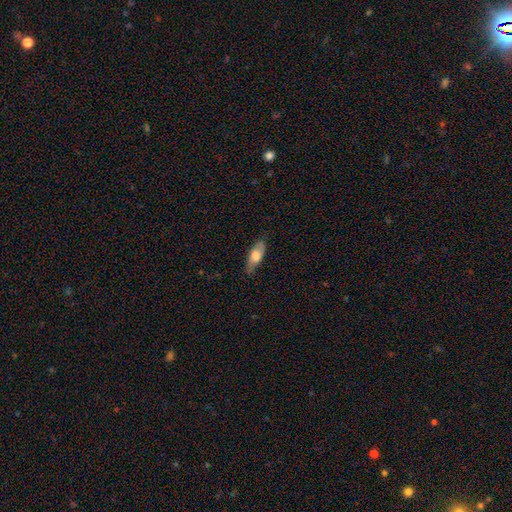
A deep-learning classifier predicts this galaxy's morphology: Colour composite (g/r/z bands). It shows a smooth galaxy with no disk features (63%) that is in between round and cigar-shaped (69%). Merging: none (77%).